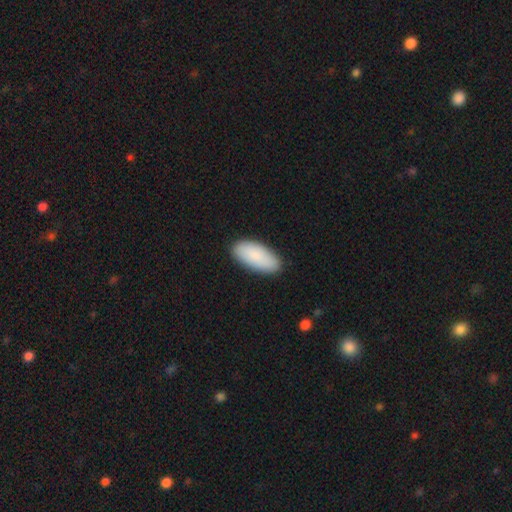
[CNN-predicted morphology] Overall: smooth (88%). How rounded: in between (90%). Merging: none (87%).